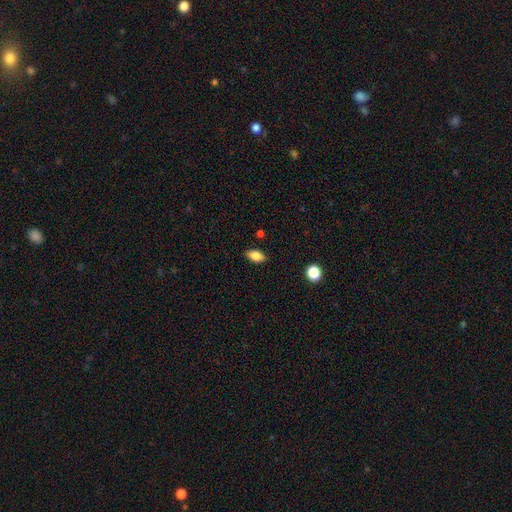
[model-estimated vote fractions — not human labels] Smooth or featured: smooth — 84% (star or artifact — 9%)
How rounded: in between — 89% (round — 7%)
Merging: none — 85% (minor disturbance — 11%)